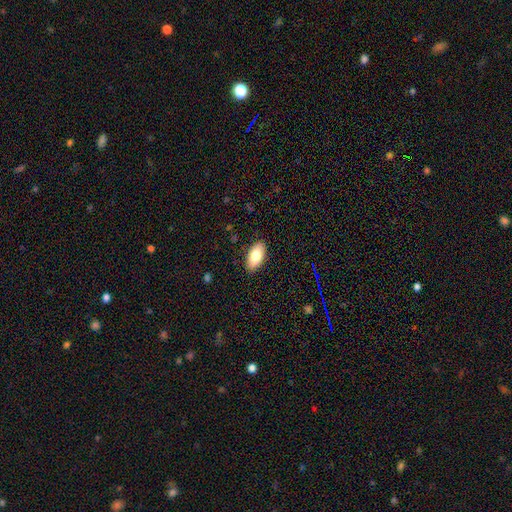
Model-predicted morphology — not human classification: A smooth galaxy with no disk features (78%) that is in between round and cigar-shaped (93%). Merging: none (88%).